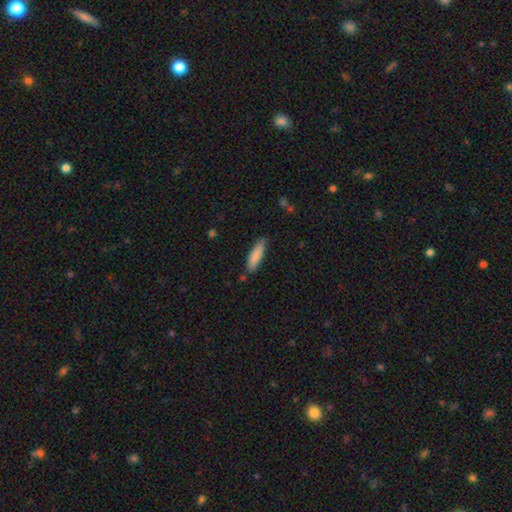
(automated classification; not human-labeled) This appears to be a smooth galaxy with no disk features (84%) that is cigar-shaped (68%). Merging: none (78%).